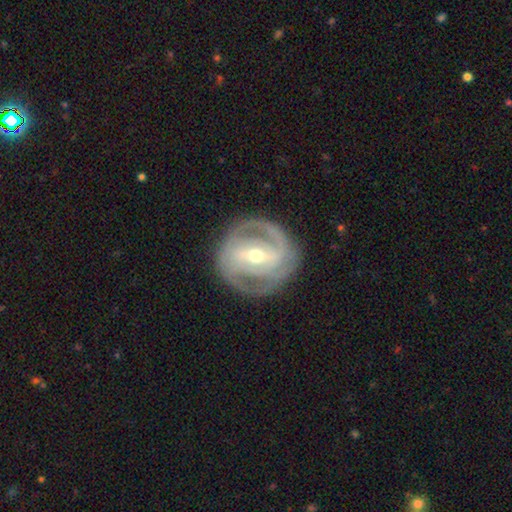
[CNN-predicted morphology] type=featured or disk (85%); edge-on=no (95%); bar=strong (55%); spiral arms=yes (89%); winding=tight (58%); arm count=2 (63%); bulge=moderate (48%, tied with small); merging=none (81%).